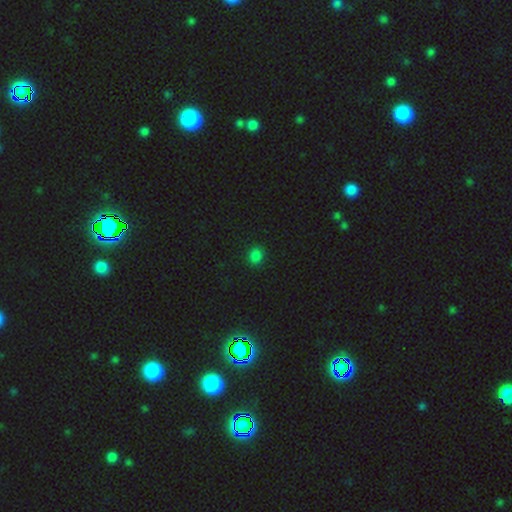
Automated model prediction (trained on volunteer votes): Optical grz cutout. It shows a smooth galaxy with no disk features (81%) that is round (69%). Merging: none (91%).